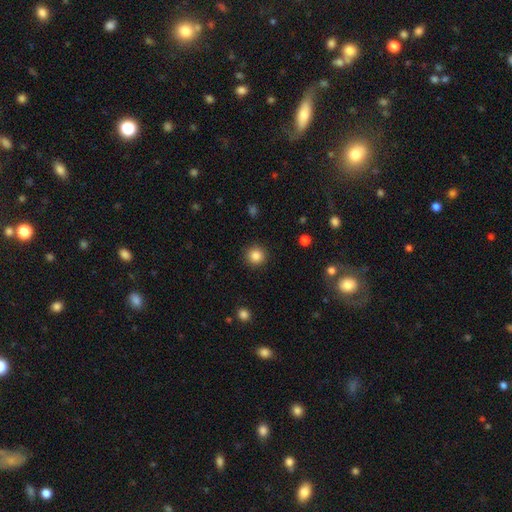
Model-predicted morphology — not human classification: This appears to be a smooth galaxy with no disk features (85%) that is round (95%). Merging: none (92%).